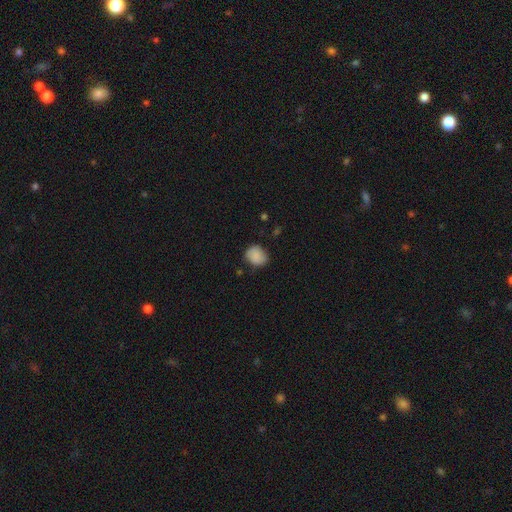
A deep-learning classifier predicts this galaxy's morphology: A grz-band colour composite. It shows a smooth galaxy with no disk features (85%) that is round (57%). Merging: none (71%).